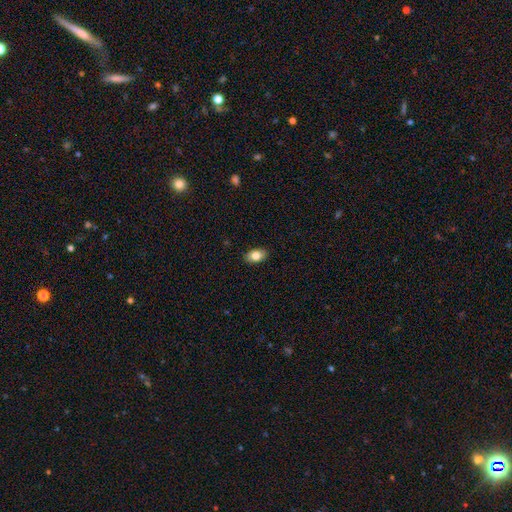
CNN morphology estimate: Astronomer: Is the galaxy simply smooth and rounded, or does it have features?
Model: smooth — 82%.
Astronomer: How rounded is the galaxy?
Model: in between — 86%.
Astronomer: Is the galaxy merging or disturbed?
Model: none — 89%.